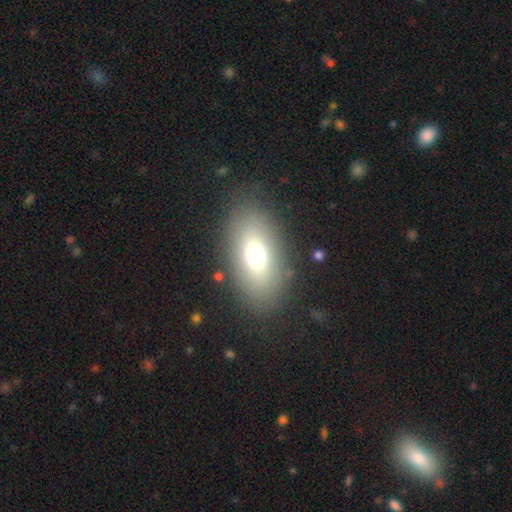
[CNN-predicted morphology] A smooth galaxy with no disk features (68%) that is in between round and cigar-shaped (86%). Merging: none (82%).